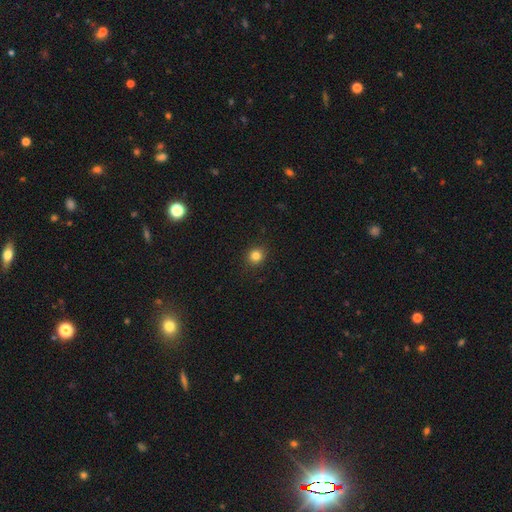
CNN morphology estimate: Smooth or featured? smooth (83%)
How rounded? round (83%)
Merging? none (91%)